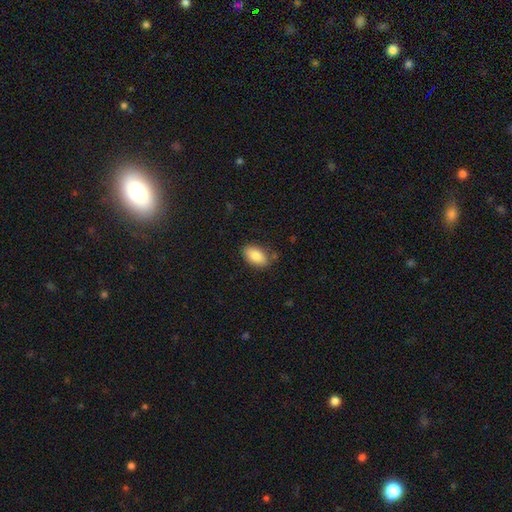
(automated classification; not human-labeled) smooth-or-featured: smooth: 87% | star or artifact: 7% | featured or disk: 6%
  how-rounded: in between: 92% | round: 4% | cigar-shaped: 4%
  merging: none: 79% | minor disturbance: 15% | major disturbance: 3% | merger: 2%